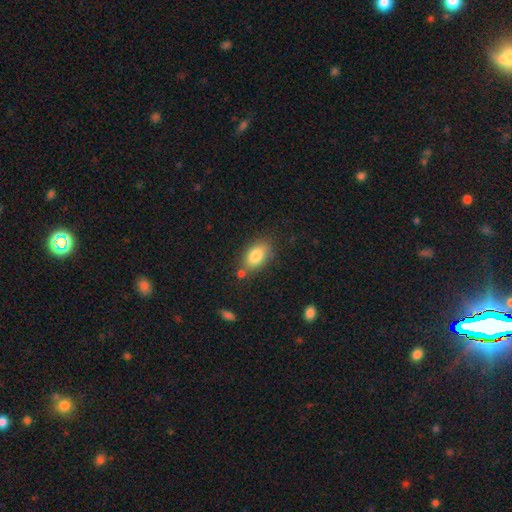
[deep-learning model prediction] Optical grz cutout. It shows a smooth galaxy with no disk features (82%) that is in between round and cigar-shaped (89%). Merging: none (70%).